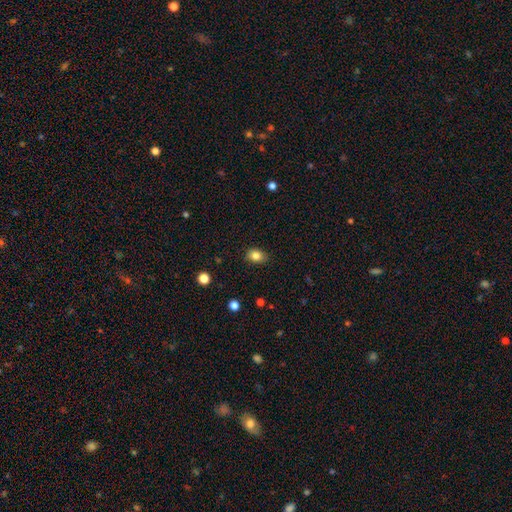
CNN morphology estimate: Smooth or featured? Predicted: smooth (p=0.83). How rounded? Predicted: in between (p=0.64). Merging? Predicted: none (p=0.84).